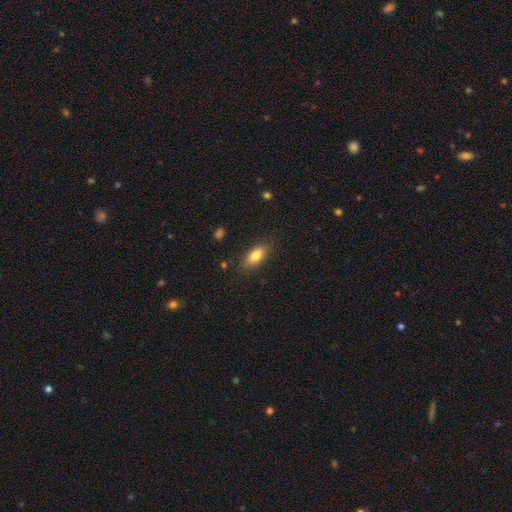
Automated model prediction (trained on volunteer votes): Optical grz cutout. It shows a smooth galaxy with no disk features (80%) that is in between round and cigar-shaped (79%). Merging: none (84%).